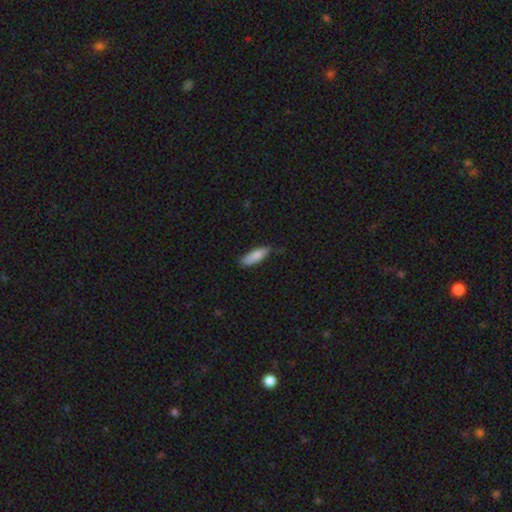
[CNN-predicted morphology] A smooth galaxy with no disk features (86%) that is cigar-shaped (57%). Merging: none (77%).